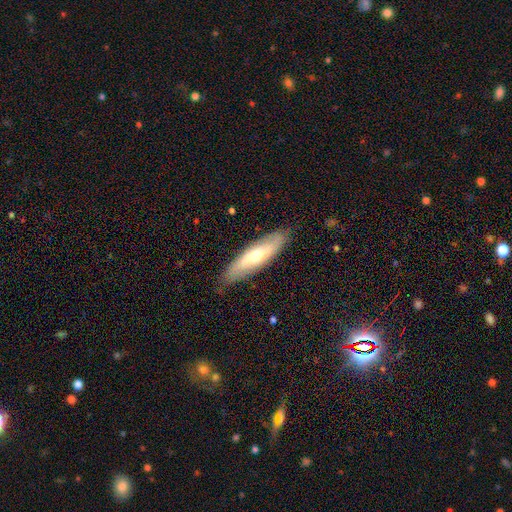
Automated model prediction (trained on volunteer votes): Overall: smooth (49%; featured or disk 46%). Merging: none (83%).